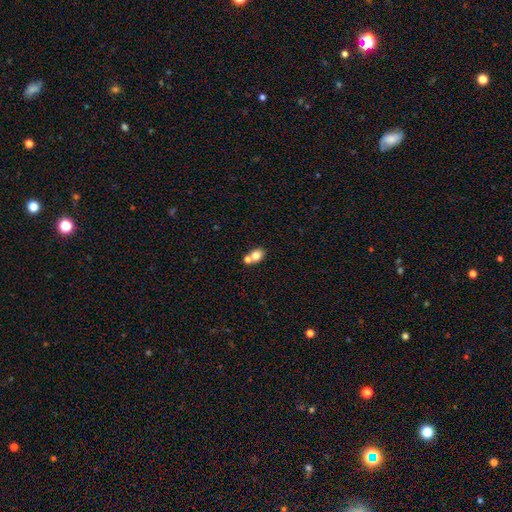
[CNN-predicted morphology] Q: Smooth or featured?
A: smooth (78%); runner-up: featured or disk (12%)
Q: How rounded?
A: in between (59%); runner-up: round (39%)
Q: Merging?
A: merger (46%); runner-up: none (42%)